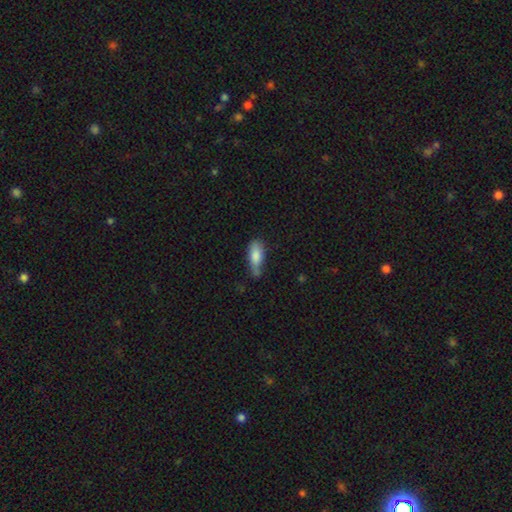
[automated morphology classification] Smooth or featured: smooth — 81% (featured or disk — 12%)
How rounded: in between — 74% (cigar-shaped — 23%)
Merging: none — 42% (minor disturbance — 39%)